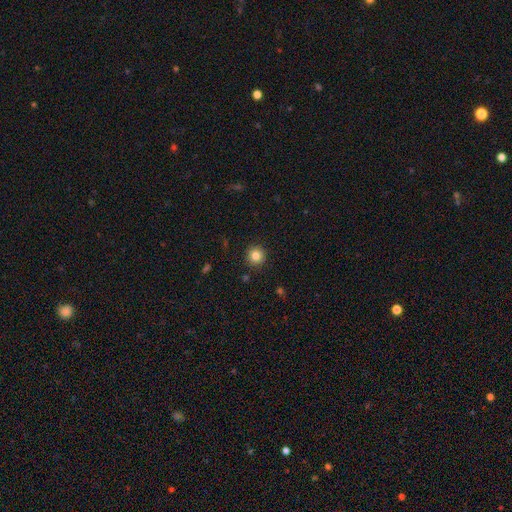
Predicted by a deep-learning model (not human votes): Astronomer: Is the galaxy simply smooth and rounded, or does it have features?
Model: smooth — 84%.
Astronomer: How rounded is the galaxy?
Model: round — 95%.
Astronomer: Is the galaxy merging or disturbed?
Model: none — 91%.